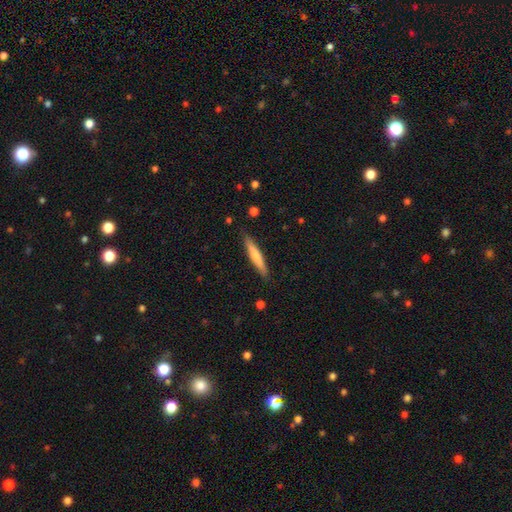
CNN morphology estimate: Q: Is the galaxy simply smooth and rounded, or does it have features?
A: smooth — 55%.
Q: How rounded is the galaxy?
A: cigar-shaped — 90%.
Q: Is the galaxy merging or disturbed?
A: none — 88%.